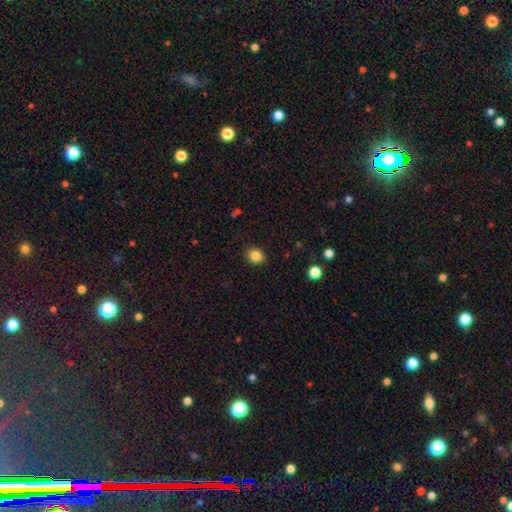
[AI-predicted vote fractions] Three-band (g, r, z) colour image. It shows a smooth galaxy with no disk features (84%) that is round (59%). Merging: none (89%).